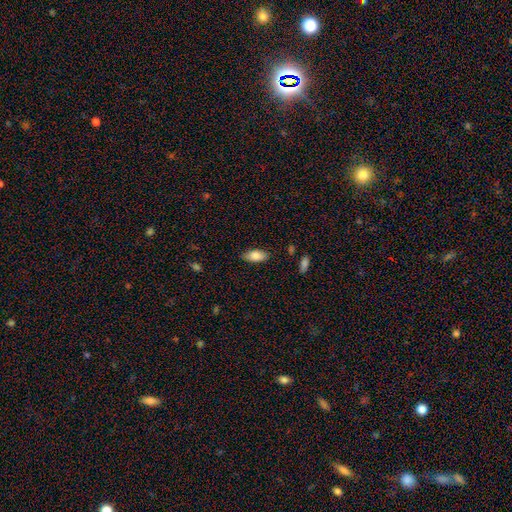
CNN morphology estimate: smooth 84%, featured or disk 9%, star or artifact 7%. Down the decision tree: how rounded — in between (89%); merging — none (84%).